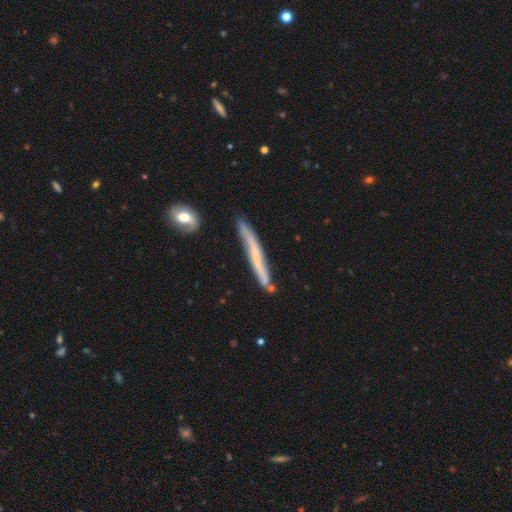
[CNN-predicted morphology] smooth-or-featured: featured or disk: 54% | smooth: 38% | star or artifact: 8%
  disk-edge-on: yes: 86% | no: 14%
  merging: none: 70% | minor disturbance: 21% | merger: 5% | major disturbance: 4%